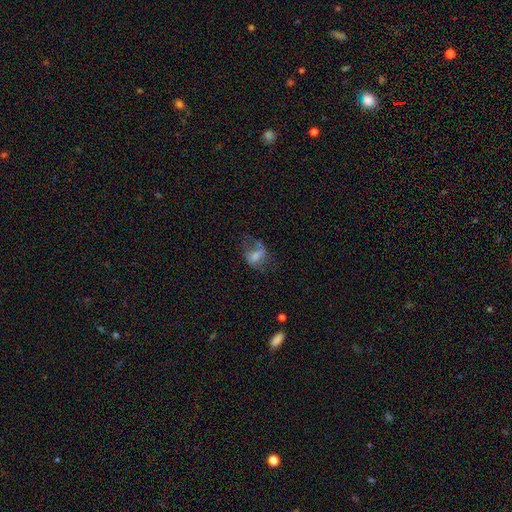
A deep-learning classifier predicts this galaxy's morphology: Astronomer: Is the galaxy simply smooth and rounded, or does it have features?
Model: featured or disk — 48% (runner-up: smooth, 36%).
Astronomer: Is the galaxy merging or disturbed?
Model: major disturbance — 38% (runner-up: none, 36%).